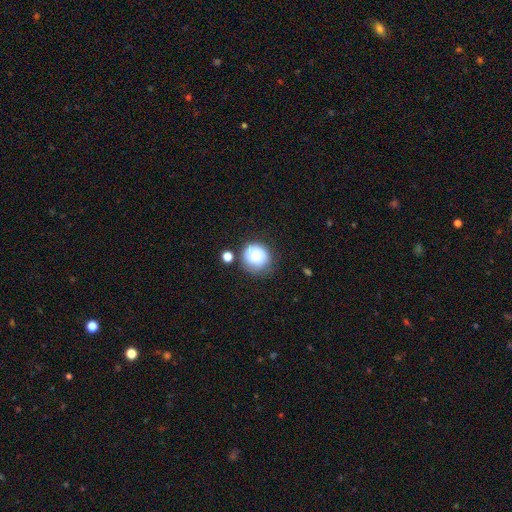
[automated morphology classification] Smooth or featured: smooth — 65% (featured or disk — 26%)
How rounded: round — 91% (in between — 8%)
Merging: none — 66% (minor disturbance — 20%)